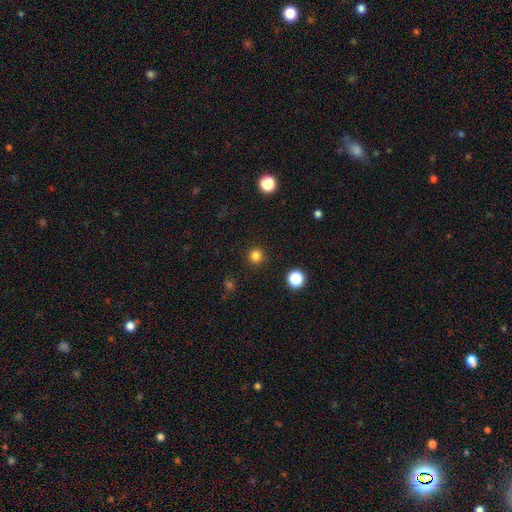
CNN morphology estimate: Smooth or featured: smooth — 81% (star or artifact — 15%)
How rounded: round — 95% (in between — 4%)
Merging: none — 92% (minor disturbance — 5%)